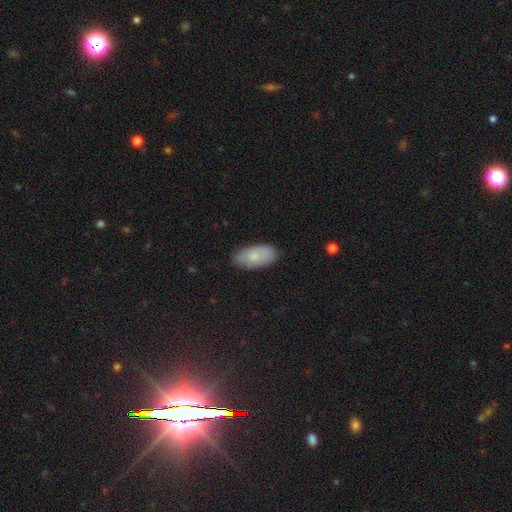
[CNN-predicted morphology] A smooth galaxy with no disk features (78%) that is in between round and cigar-shaped (93%). Merging: none (81%).